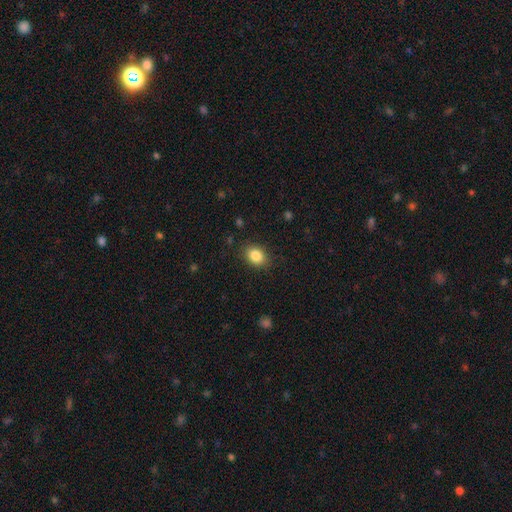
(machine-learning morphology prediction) Smooth or featured? Predicted: smooth (p=0.86). How rounded? Predicted: in between (p=0.66). Merging? Predicted: none (p=0.86).